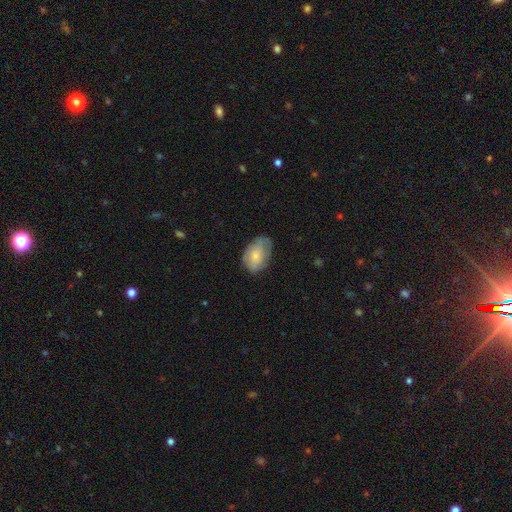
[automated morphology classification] Overall: smooth (70%). How rounded: in between (88%). Merging: none (61%; minor disturbance 29%).